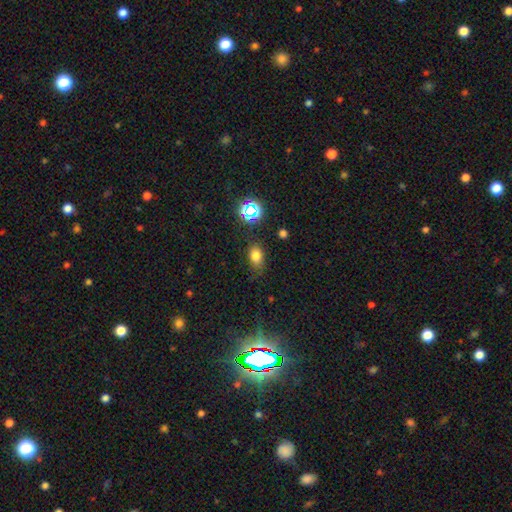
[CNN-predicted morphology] The model was most divided on "how rounded": in between: 76%, round: 22%, cigar-shaped: 2%. More confident: smooth or featured — smooth (75%); merging — none (74%).